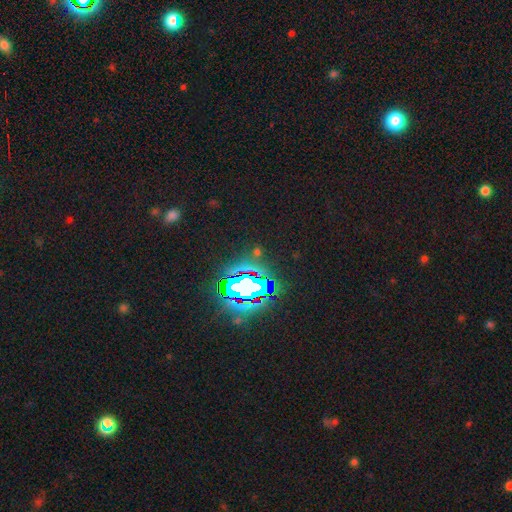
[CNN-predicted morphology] smooth-or-featured: star or artifact: 78% | smooth: 13% | featured or disk: 10%